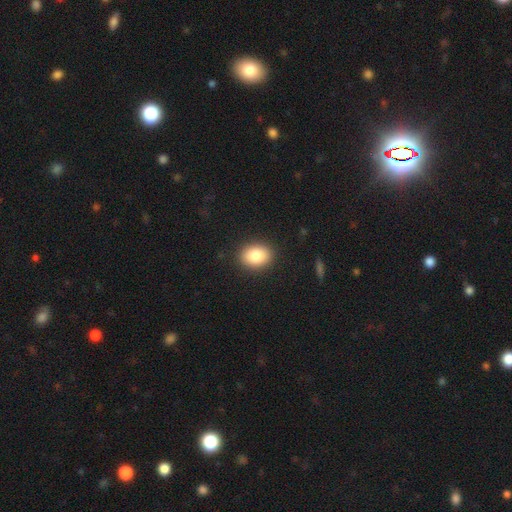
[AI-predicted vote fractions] A smooth galaxy with no disk features (84%) that is in between round and cigar-shaped (60%).

Vote fractions:
- Smooth or featured? smooth: 84% / star or artifact: 8% / featured or disk: 8%
- How rounded? in between: 60% / round: 39% / cigar-shaped: 1%
- Merging? none: 89% / minor disturbance: 7% / major disturbance: 2% / merger: 1%